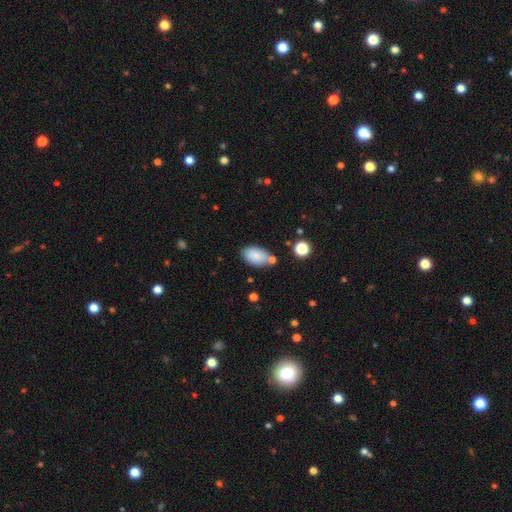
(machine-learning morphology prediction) This appears to be a smooth galaxy with no disk features (84%) that is in between round and cigar-shaped (91%). Merging: none (69%).